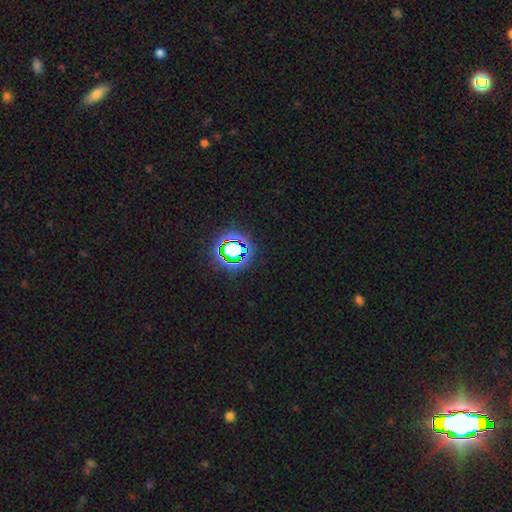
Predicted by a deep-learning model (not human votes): Morphology: type=star or artifact (79%).